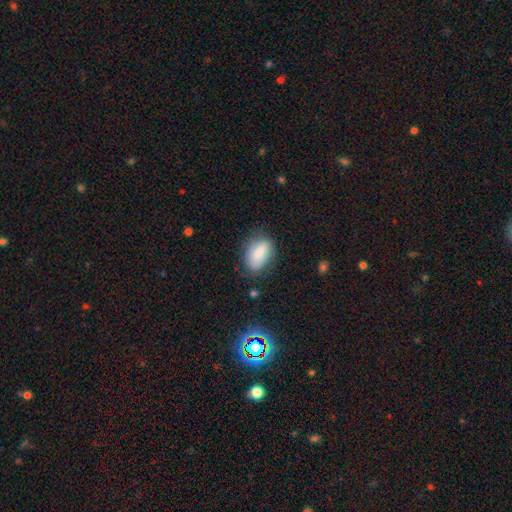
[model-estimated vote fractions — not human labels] smooth 79%, featured or disk 14%, star or artifact 7%. Down the decision tree: how rounded — in between (88%); merging — none (70%).